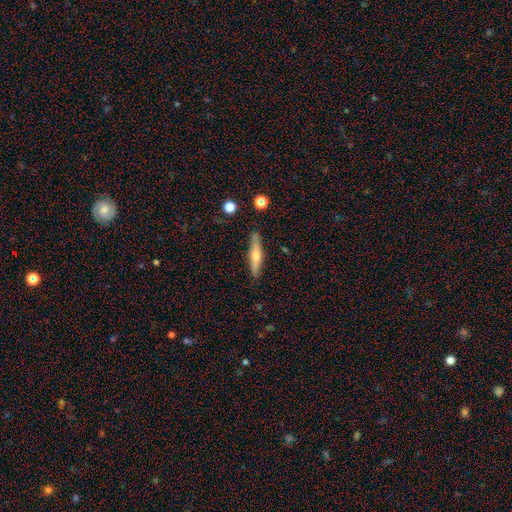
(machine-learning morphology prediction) type=smooth (48%); merging=none (84%).